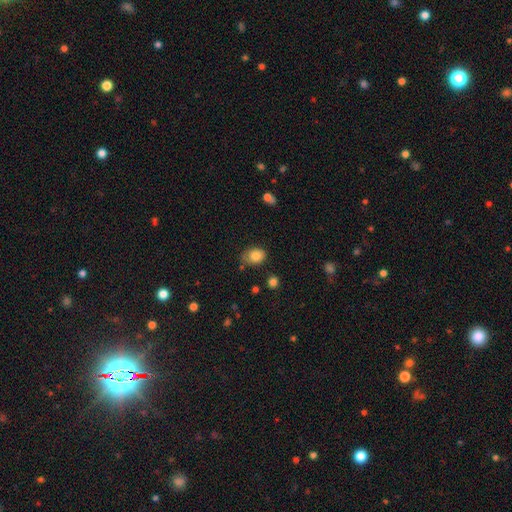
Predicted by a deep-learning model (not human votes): smooth 84%, star or artifact 9%, featured or disk 7%. Down the decision tree: how rounded — in between (65%); merging — none (66%).